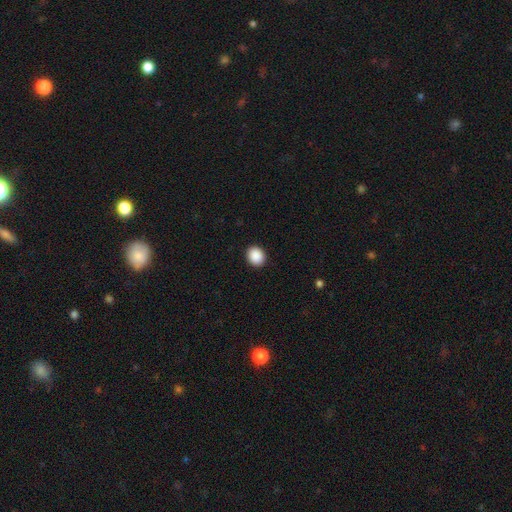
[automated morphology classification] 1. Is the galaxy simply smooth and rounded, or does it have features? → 90% smooth, 8% star or artifact, 2% featured or disk.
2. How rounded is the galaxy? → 69% round, 30% in between, 1% cigar-shaped.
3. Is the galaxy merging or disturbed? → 92% none, 5% minor disturbance, 2% major disturbance, 1% merger.